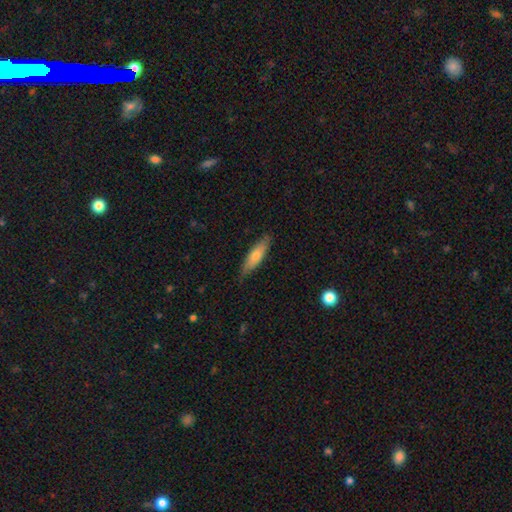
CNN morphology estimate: smooth 68%, featured or disk 26%, star or artifact 6%. Down the decision tree: how rounded — cigar-shaped (59%); merging — none (82%).